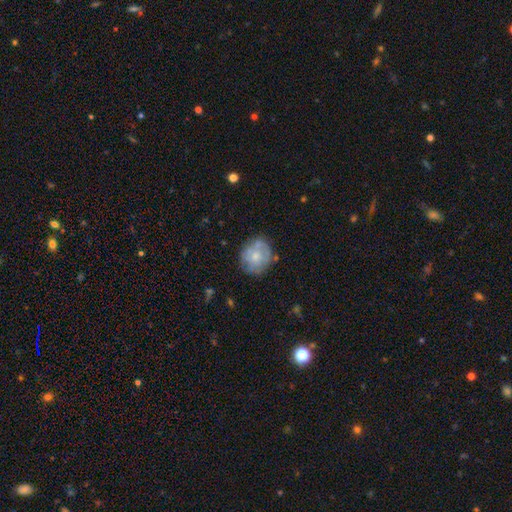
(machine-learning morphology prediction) Overall: smooth (51%; featured or disk 41%). How rounded: round (79%). Merging: none (65%).